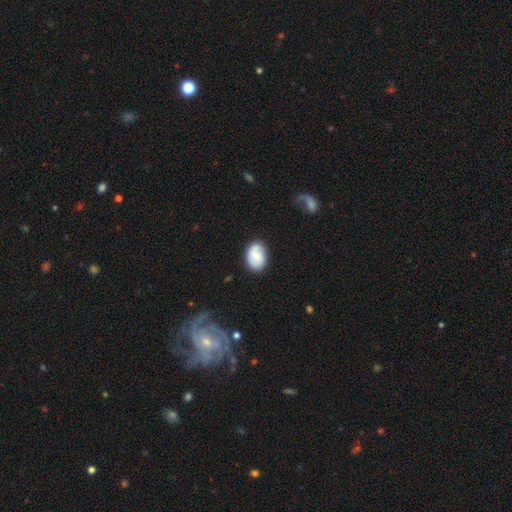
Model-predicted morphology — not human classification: This is possibly a smooth galaxy (58%). How rounded: likely in between (79%). Merging: likely none (75%).